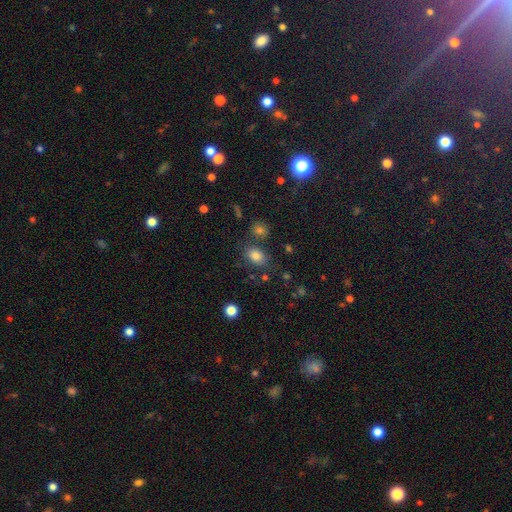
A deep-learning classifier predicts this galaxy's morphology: Smooth or featured? smooth (81%)
How rounded? in between (78%)
Merging? none (70%)